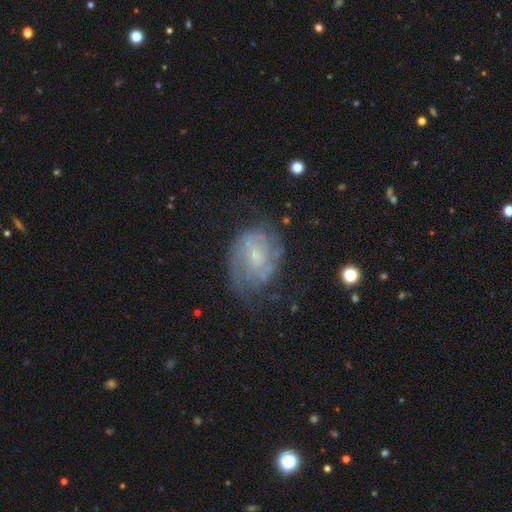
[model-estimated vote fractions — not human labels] smooth_or_featured: featured or disk (p=0.74) [alt: smooth p=0.17]
disk_edge_on: no (p=0.97) [alt: yes p=0.03]
bar: no (p=0.56) [alt: weak p=0.38]
has_spiral_arms: yes (p=0.85) [alt: no p=0.15]
spiral_winding: tight (p=0.48) [alt: medium p=0.38]
spiral_arm_count: 2 (p=0.38) [tied with: can't tell p=0.38]
bulge_size: small (p=0.57) [alt: moderate p=0.27]
merging: none (p=0.58) [alt: minor disturbance p=0.23]